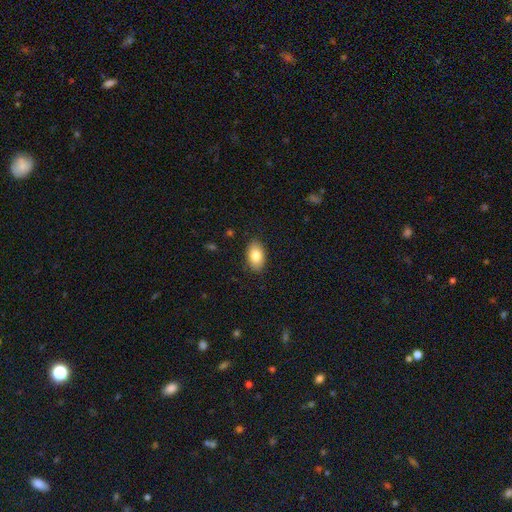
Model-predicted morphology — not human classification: smooth_or_featured: smooth (p=0.82) [alt: featured or disk p=0.11]
how_rounded: in between (p=0.92) [alt: round p=0.07]
merging: none (p=0.87) [alt: minor disturbance p=0.10]